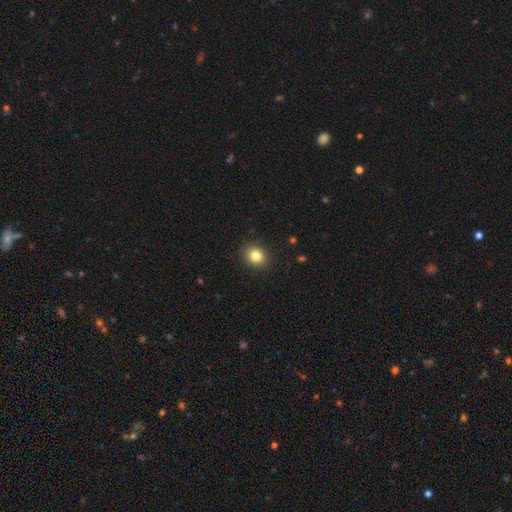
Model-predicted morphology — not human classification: Smooth or featured: smooth — 83% (star or artifact — 10%)
How rounded: round — 74% (in between — 26%)
Merging: none — 90% (minor disturbance — 7%)